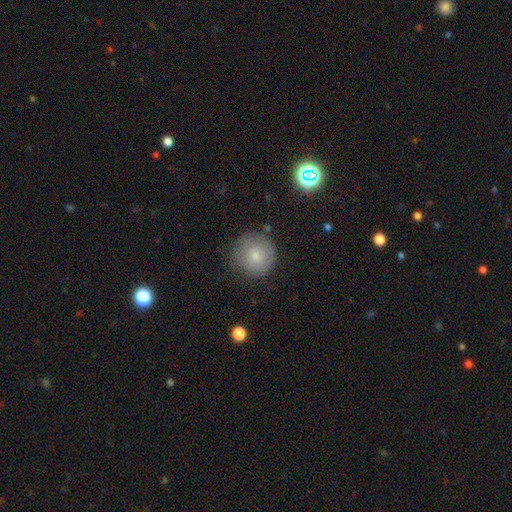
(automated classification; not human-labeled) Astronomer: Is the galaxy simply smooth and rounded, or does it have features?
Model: smooth — 80%.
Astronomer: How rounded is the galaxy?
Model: round — 94%.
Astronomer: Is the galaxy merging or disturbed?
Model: none — 77%.